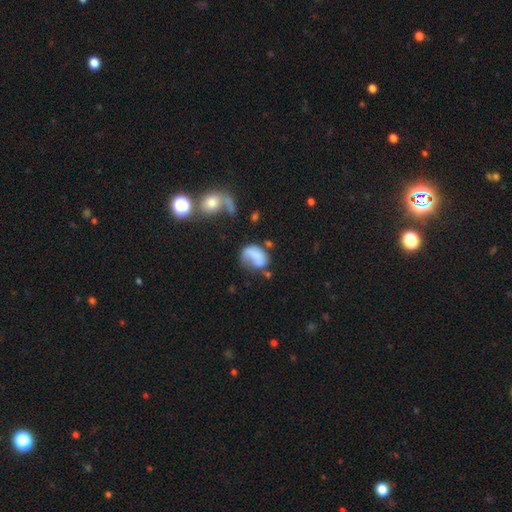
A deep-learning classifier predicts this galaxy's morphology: A smooth galaxy with no disk features (63%) that is in between round and cigar-shaped (72%). Merging: major disturbance (32%).